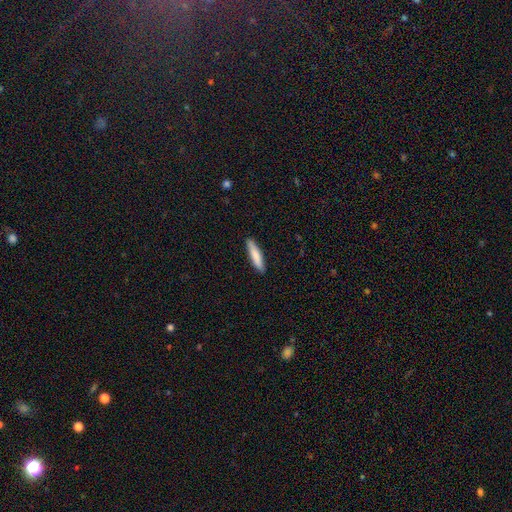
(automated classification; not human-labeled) Smooth or featured? Predicted: smooth (p=0.80). How rounded? Predicted: cigar-shaped (p=0.85). Merging? Predicted: none (p=0.88).